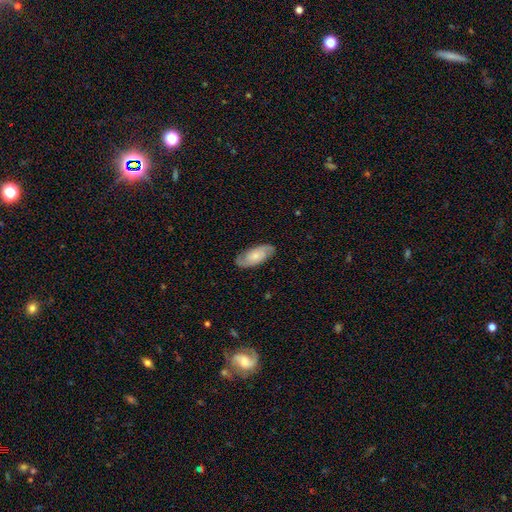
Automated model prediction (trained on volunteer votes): Smooth or featured: featured or disk — 59% (smooth — 35%)
Edge-on disk: no — 92% (yes — 8%)
Bar: no — 69% (weak — 26%)
Spiral arms: yes — 91% (no — 9%)
Bulge size: small — 59% (moderate — 26%)
Merging: none — 82% (minor disturbance — 13%)